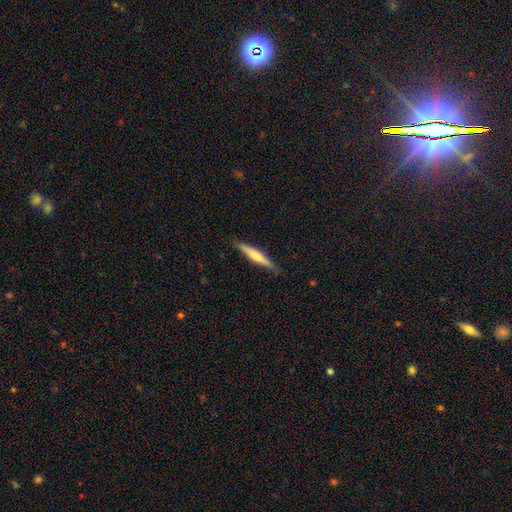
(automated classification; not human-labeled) A smooth galaxy with no disk features (52%) that is cigar-shaped (93%). Merging: none (88%).